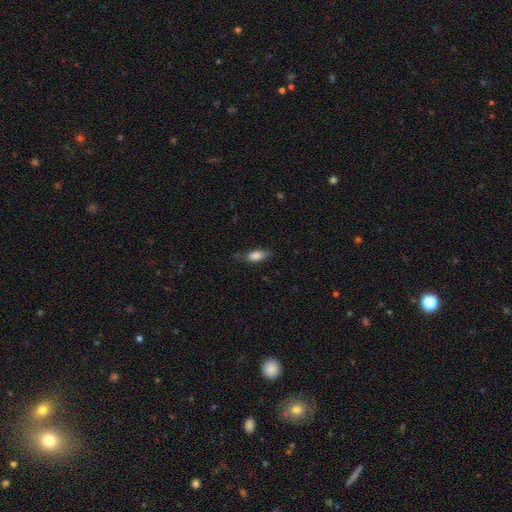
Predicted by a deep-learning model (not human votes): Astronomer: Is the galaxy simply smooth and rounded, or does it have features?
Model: smooth — 81%.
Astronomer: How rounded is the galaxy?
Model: in between — 75%.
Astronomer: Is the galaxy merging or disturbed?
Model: none — 68%.